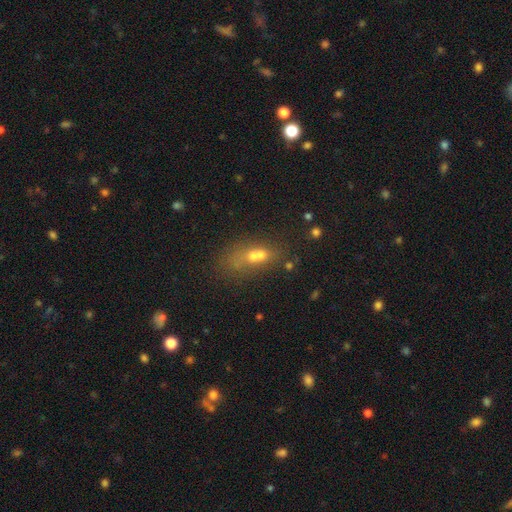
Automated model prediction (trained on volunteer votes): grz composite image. It shows a smooth galaxy with no disk features (55%) that is in between round and cigar-shaped (62%). Merging: merger (54%).